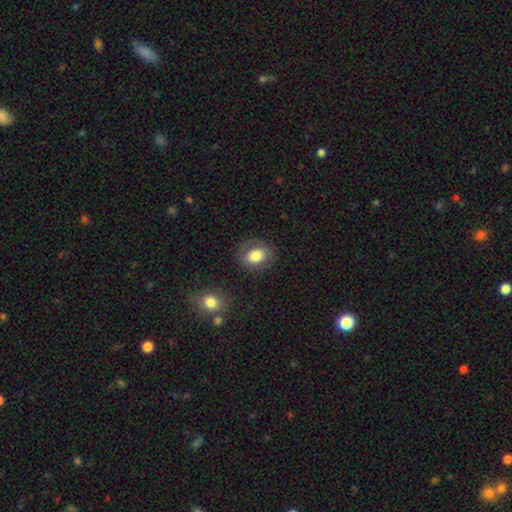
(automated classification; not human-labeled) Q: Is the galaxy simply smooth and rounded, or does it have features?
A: smooth — 77%.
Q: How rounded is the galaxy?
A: round — 57%.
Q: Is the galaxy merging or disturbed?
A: none — 78%.